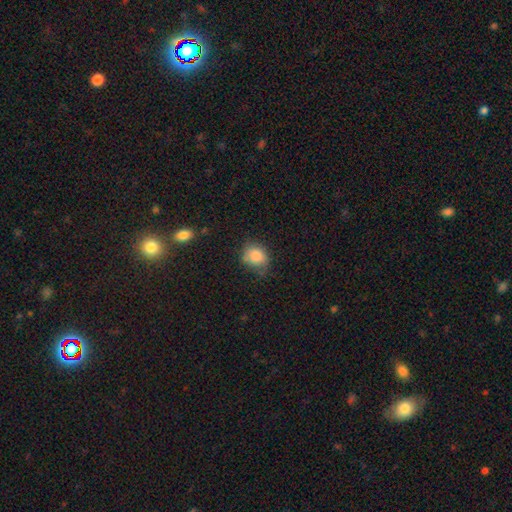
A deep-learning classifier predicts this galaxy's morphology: Overall: smooth (85%). How rounded: round (57%; in between 42%). Merging: none (62%; minor disturbance 28%).